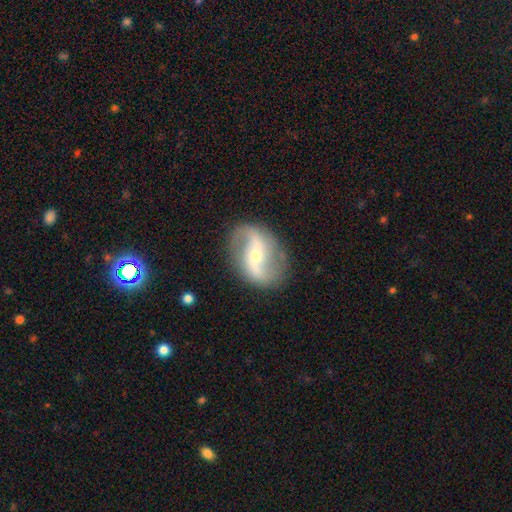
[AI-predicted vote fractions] Overall: featured or disk (85%). Edge-on disk: no (96%). Bar: strong (38%; weak 33%). Spiral arms: yes (92%). Spiral arm count: 2 (92%). Spiral winding: loose (66%). Bulge size: small (57%; moderate 38%). Merging: none (83%).